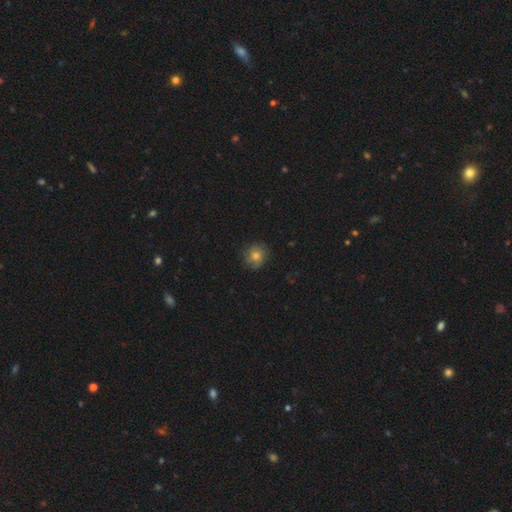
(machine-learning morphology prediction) Smooth or featured? Predicted: smooth (p=0.62). How rounded? Predicted: round (p=0.82). Merging? Predicted: none (p=0.80).